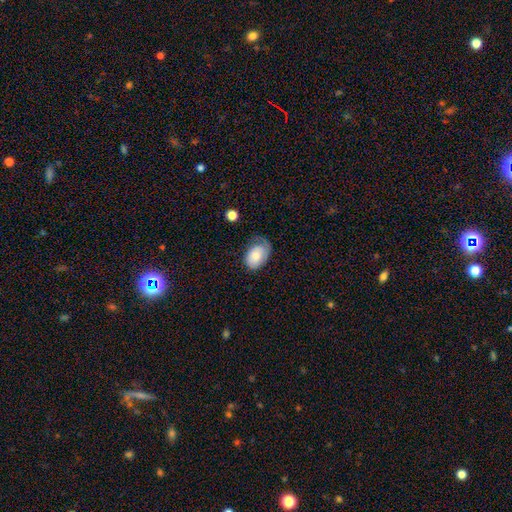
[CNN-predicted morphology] Q: Smooth or featured?
A: smooth (68%); runner-up: featured or disk (26%)
Q: How rounded?
A: in between (82%); runner-up: round (17%)
Q: Merging?
A: none (37%); runner-up: minor disturbance (35%)